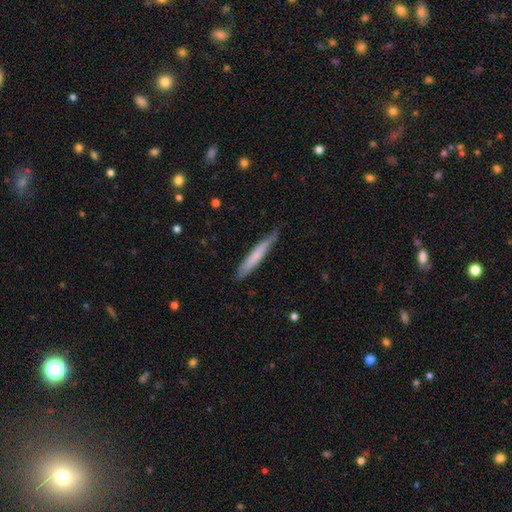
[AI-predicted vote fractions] This is likely a smooth galaxy (67%). How rounded: clearly cigar-shaped (94%). Merging: clearly none (81%).